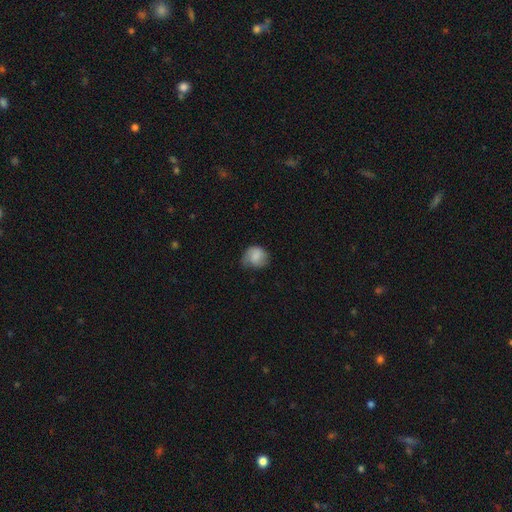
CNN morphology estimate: Smooth or featured: smooth — 73% (featured or disk — 20%)
How rounded: round — 71% (in between — 28%)
Merging: none — 53% (minor disturbance — 34%)